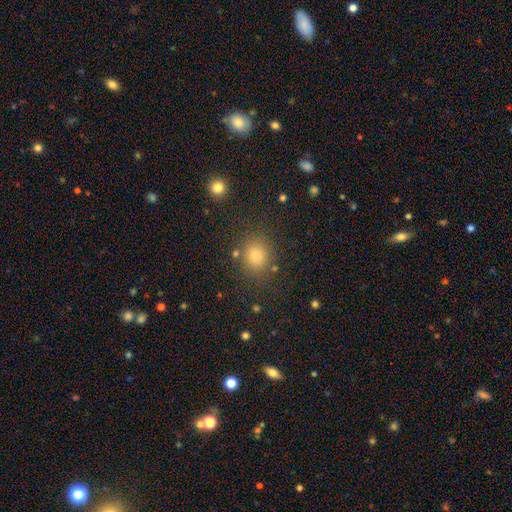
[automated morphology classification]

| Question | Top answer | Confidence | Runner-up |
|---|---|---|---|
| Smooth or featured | smooth | 81% | star or artifact (14%) |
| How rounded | round | 70% | in between (29%) |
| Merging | none | 78% | minor disturbance (12%) |